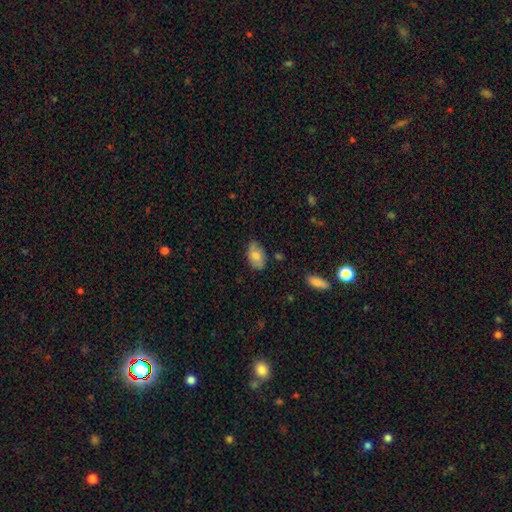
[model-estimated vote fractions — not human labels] Smooth or featured? Predicted: smooth (p=0.74). How rounded? Predicted: in between (p=0.92). Merging? Predicted: none (p=0.74).